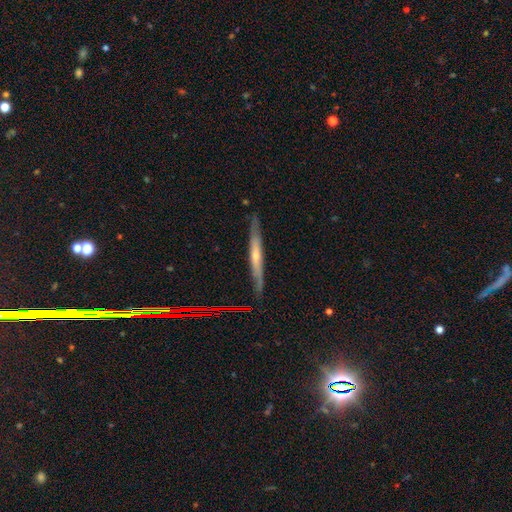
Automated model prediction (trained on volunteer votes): Overall: featured or disk (63%; smooth 30%). Edge-on disk: yes (93%). Edge-on bulge: rounded (51%; none 43%). Merging: none (84%).